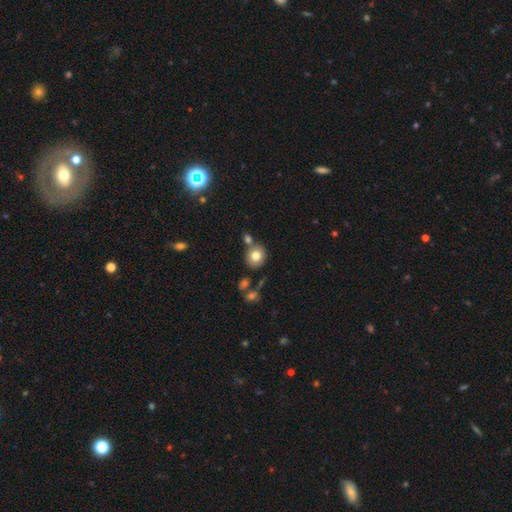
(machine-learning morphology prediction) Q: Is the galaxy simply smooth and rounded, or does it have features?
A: smooth — 78%.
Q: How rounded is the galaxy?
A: round — 80%.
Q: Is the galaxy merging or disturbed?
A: none — 67%.